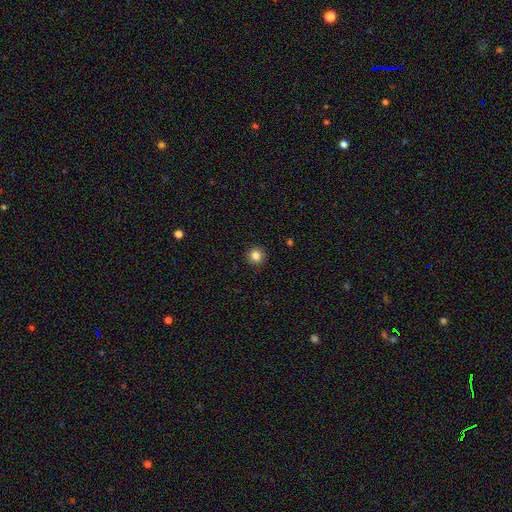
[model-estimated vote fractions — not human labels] The model was most divided on "smooth or featured": smooth: 84%, star or artifact: 11%, featured or disk: 5%. More confident: how rounded — round (95%); merging — none (93%).